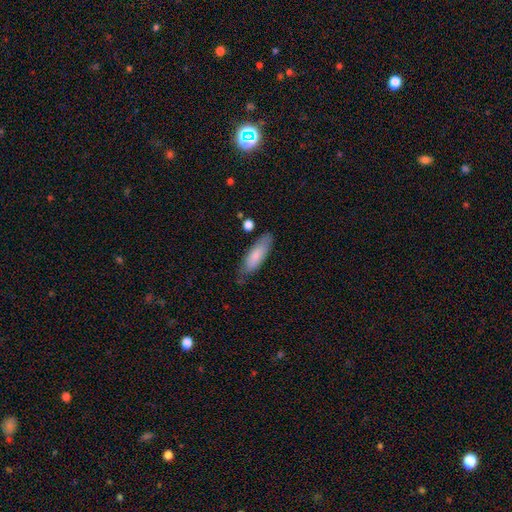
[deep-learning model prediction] Overall: smooth (77%). How rounded: in between (56%; cigar-shaped 43%). Merging: none (70%).